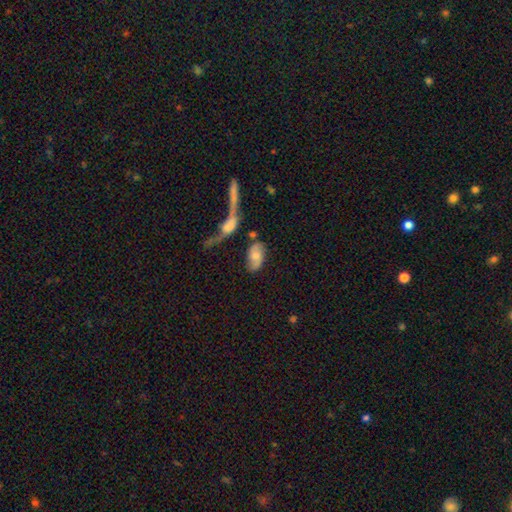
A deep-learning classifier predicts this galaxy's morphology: smooth-or-featured: featured or disk: 51% | smooth: 41% | star or artifact: 8%
  disk-edge-on: no: 91% | yes: 9%
  merging: none: 62% | minor disturbance: 18% | merger: 11% | major disturbance: 8%